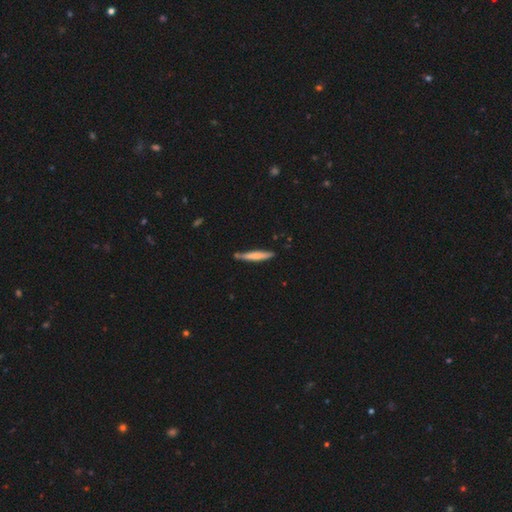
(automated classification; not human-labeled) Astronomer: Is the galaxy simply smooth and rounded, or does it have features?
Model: smooth — 61%.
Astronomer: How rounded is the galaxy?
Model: cigar-shaped — 94%.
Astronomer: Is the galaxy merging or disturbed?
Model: none — 78%.